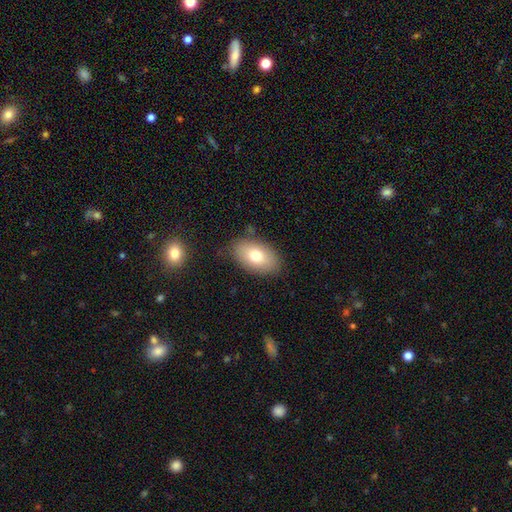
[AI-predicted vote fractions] Morphology: type=smooth (75%); roundness=in between (91%); merging=none (83%).